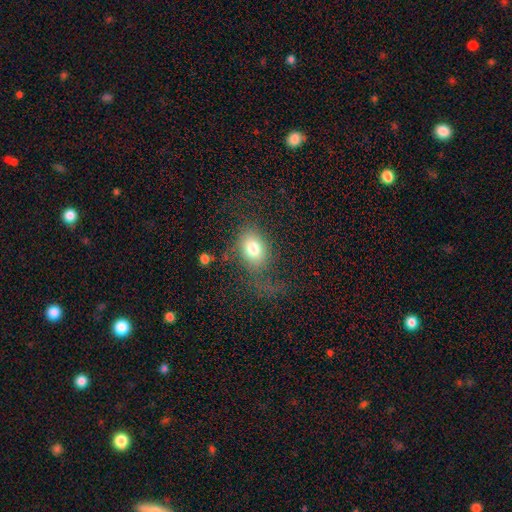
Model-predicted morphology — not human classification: Smooth or featured? smooth (72%)
How rounded? in between (62%)
Merging? none (50%)